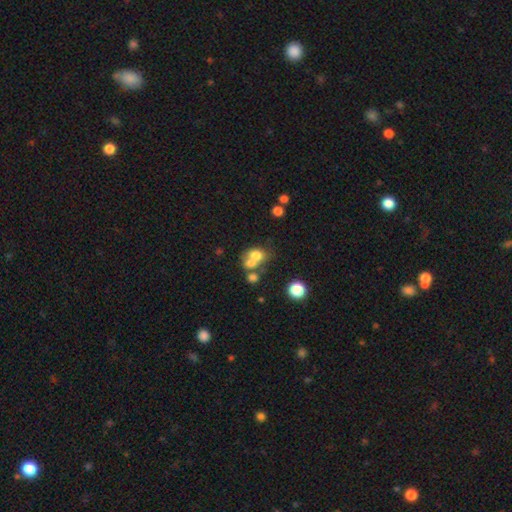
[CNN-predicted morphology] smooth_or_featured: smooth (p=0.68) [alt: featured or disk p=0.18]
how_rounded: round (p=0.51) [alt: in between p=0.48]
merging: merger (p=0.56) [alt: none p=0.29]